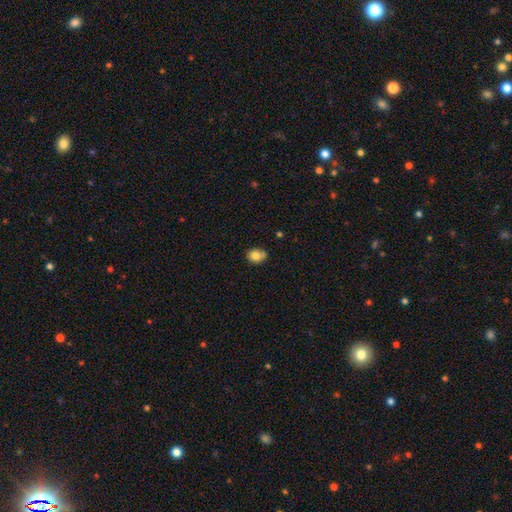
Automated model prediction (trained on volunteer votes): A smooth galaxy with no disk features (79%) that is round (63%).

Vote fractions:
- Smooth or featured? smooth: 79% / featured or disk: 12% / star or artifact: 10%
- How rounded? round: 63% / in between: 36% / cigar-shaped: 1%
- Merging? none: 61% / minor disturbance: 20% / merger: 14% / major disturbance: 4%